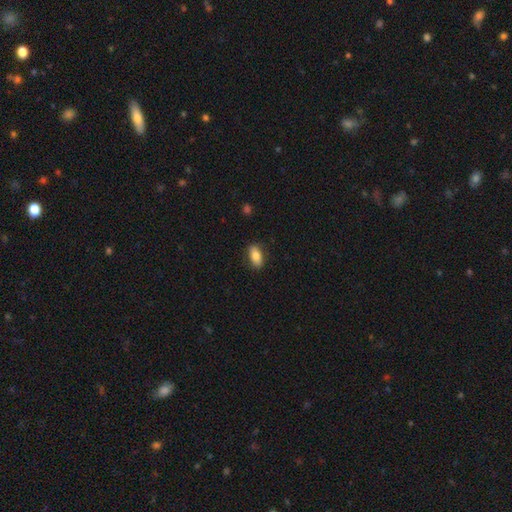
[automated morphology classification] Overall: smooth (80%). How rounded: in between (87%). Merging: none (84%).